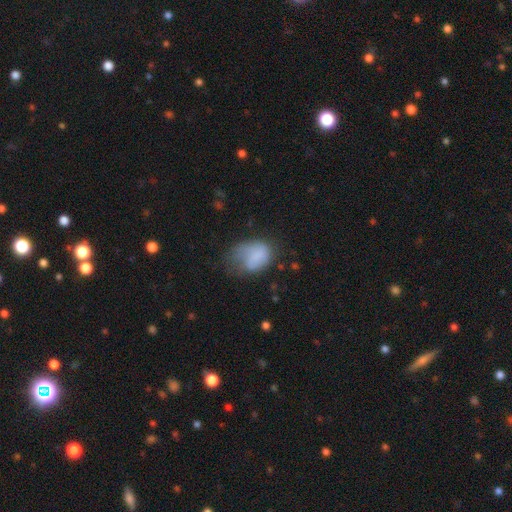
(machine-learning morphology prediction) smooth-or-featured: smooth: 72% | featured or disk: 20% | star or artifact: 9%
  how-rounded: in between: 74% | round: 25% | cigar-shaped: 1%
  merging: major disturbance: 36% | minor disturbance: 34% | none: 27% | merger: 3%